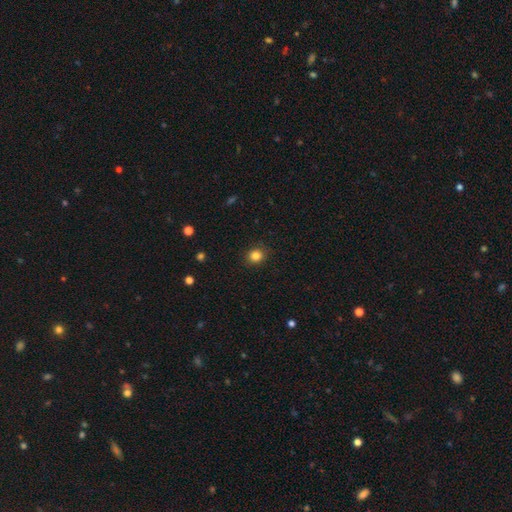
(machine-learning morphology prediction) Smooth or featured?
  - smooth: 84% *
  - star or artifact: 12%
  - featured or disk: 5%
How rounded?
  - round: 80% *
  - in between: 19%
  - cigar-shaped: 1%
Merging?
  - none: 88% *
  - minor disturbance: 9%
  - major disturbance: 2%
  - merger: 1%